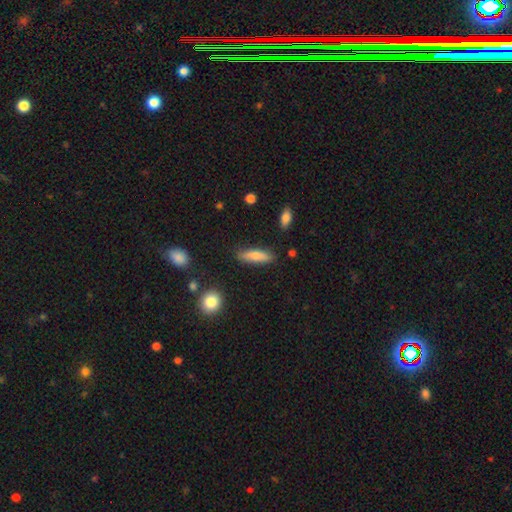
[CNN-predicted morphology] This appears to be a smooth galaxy with no disk features (77%) that is cigar-shaped (62%). Merging: none (83%).